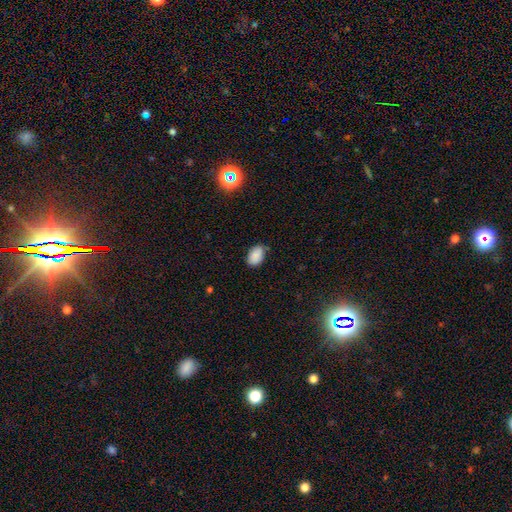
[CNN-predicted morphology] Q: Smooth or featured?
A: smooth (87%); runner-up: star or artifact (9%)
Q: How rounded?
A: in between (90%); runner-up: round (9%)
Q: Merging?
A: none (76%); runner-up: minor disturbance (19%)